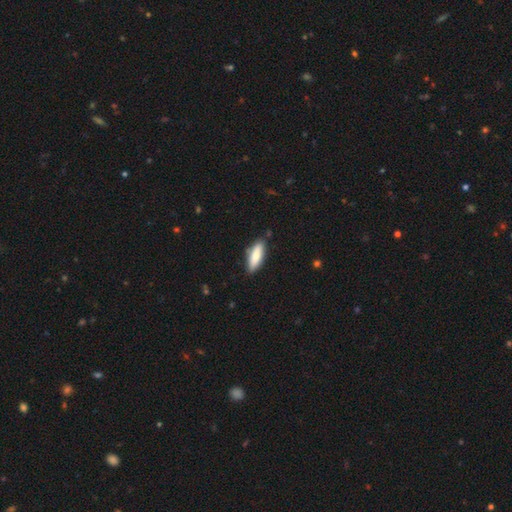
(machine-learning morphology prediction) smooth 81%, featured or disk 13%, star or artifact 6%. Down the decision tree: how rounded — in between (56%); merging — none (84%).